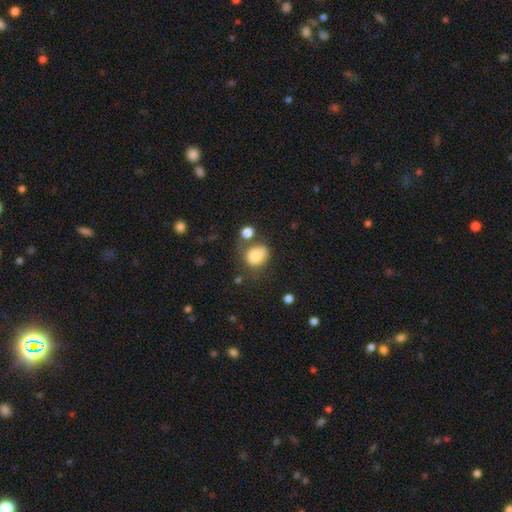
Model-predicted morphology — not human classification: Smooth or featured?
  - smooth: 82% *
  - star or artifact: 9%
  - featured or disk: 9%
How rounded?
  - in between: 56% *
  - round: 43%
  - cigar-shaped: 1%
Merging?
  - none: 43% *
  - minor disturbance: 25%
  - merger: 18%
  - major disturbance: 14%